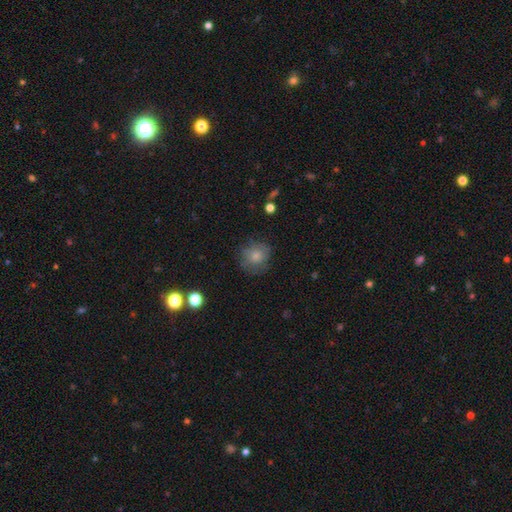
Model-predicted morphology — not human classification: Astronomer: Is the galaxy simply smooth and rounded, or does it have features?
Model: smooth — 77%.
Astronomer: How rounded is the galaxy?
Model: round — 83%.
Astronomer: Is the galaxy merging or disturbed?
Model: none — 70%.